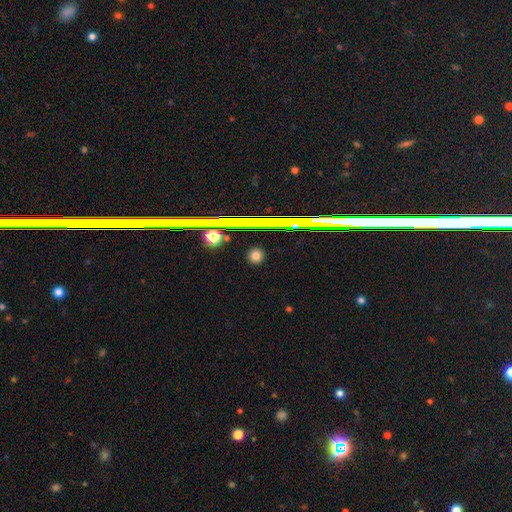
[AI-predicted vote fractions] Overall: smooth (75%). How rounded: round (87%). Merging: none (90%).